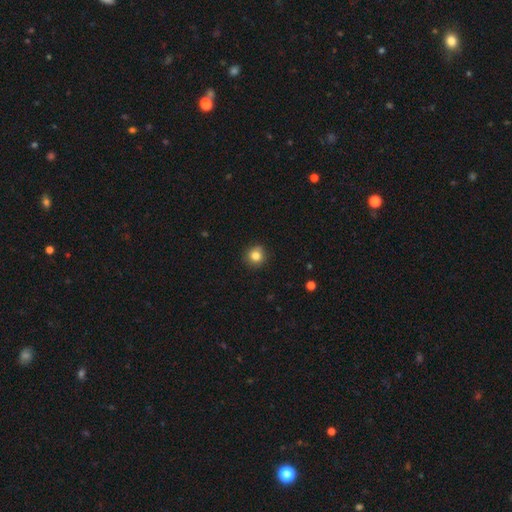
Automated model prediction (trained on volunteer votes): smooth 82%, star or artifact 11%, featured or disk 7%. Down the decision tree: how rounded — round (92%); merging — none (87%).